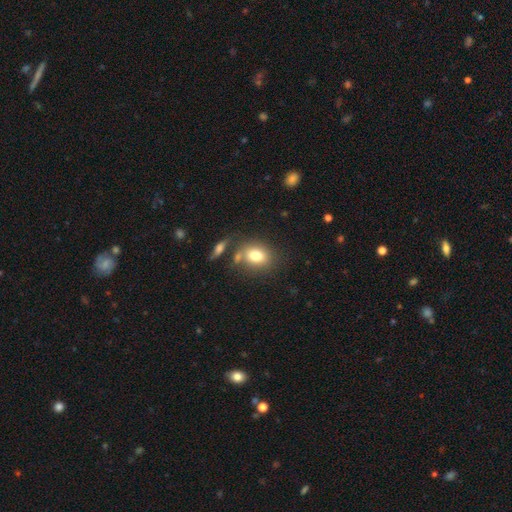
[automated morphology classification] A smooth galaxy with no disk features (77%) that is in between round and cigar-shaped (53%).

Vote fractions:
- Smooth or featured? smooth: 77% / featured or disk: 13% / star or artifact: 10%
- How rounded? in between: 53% / round: 46% / cigar-shaped: 1%
- Merging? none: 64% / merger: 18% / minor disturbance: 13% / major disturbance: 5%